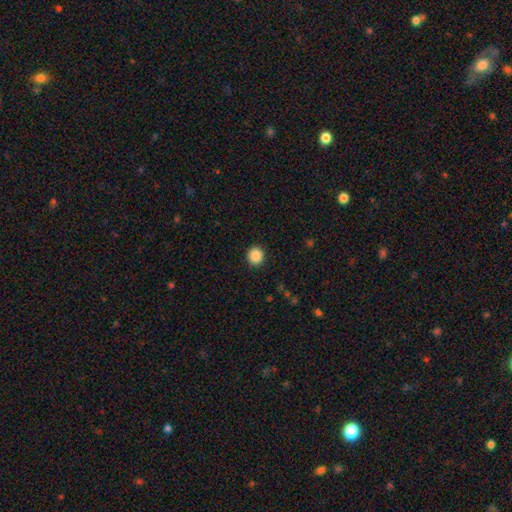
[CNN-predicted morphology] The model was most divided on "how rounded": round: 88%, in between: 11%, cigar-shaped: 1%. More confident: merging — none (91%); smooth or featured — smooth (88%).